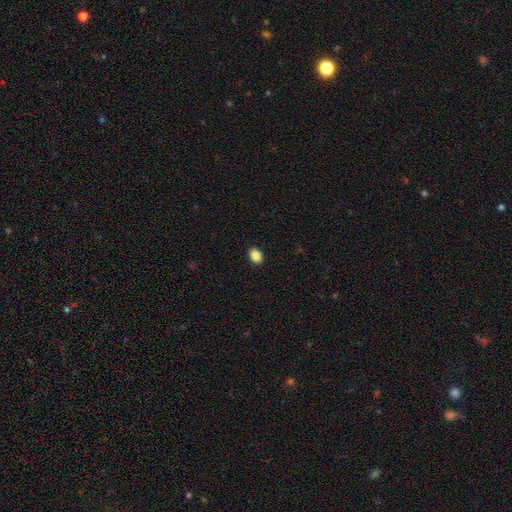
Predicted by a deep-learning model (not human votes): Smooth or featured?
  - smooth: 87% *
  - star or artifact: 9%
  - featured or disk: 4%
How rounded?
  - in between: 72% *
  - round: 27%
  - cigar-shaped: 1%
Merging?
  - none: 91% *
  - minor disturbance: 7%
  - major disturbance: 2%
  - merger: 1%